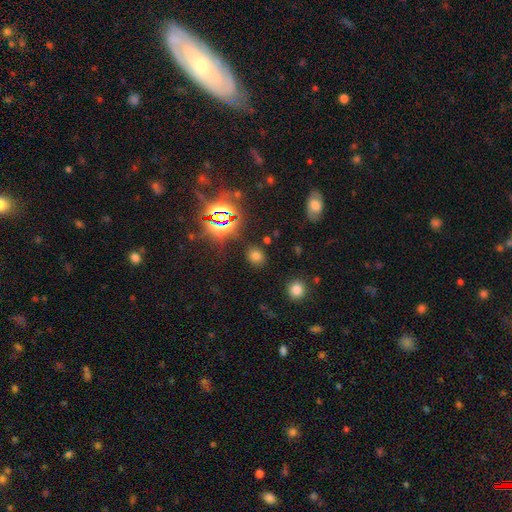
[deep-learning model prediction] Smooth or featured? Predicted: smooth (p=0.66). How rounded? Predicted: round (p=0.76). Merging? Predicted: none (p=0.85).